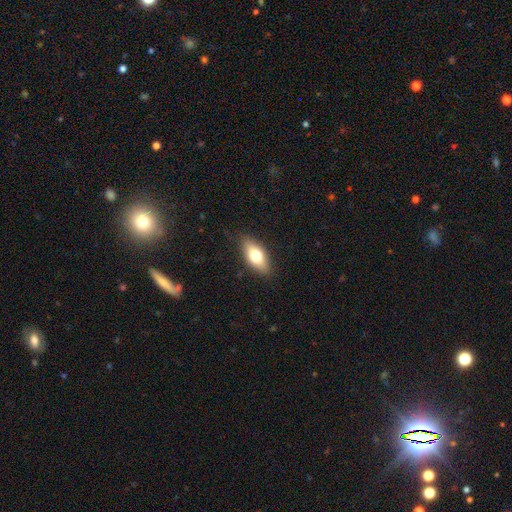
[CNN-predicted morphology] type=smooth (68%); roundness=in between (82%); merging=none (84%).